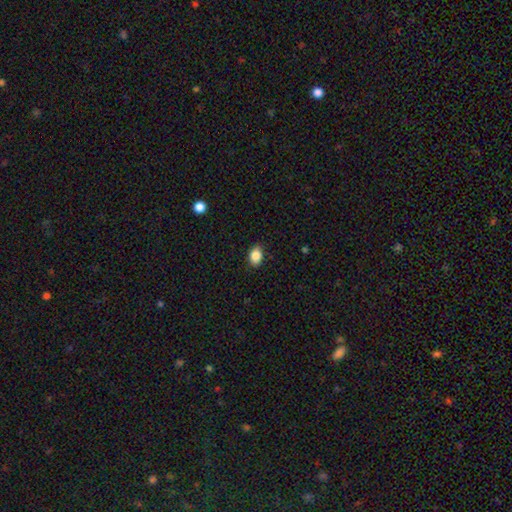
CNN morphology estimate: Smooth or featured? Predicted: smooth (p=0.87). How rounded? Predicted: in between (p=0.78). Merging? Predicted: none (p=0.86).